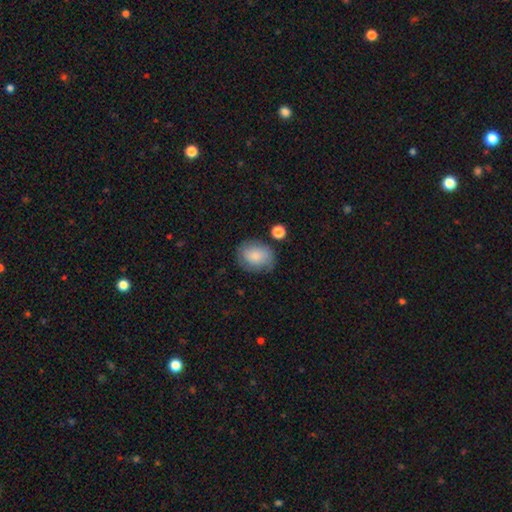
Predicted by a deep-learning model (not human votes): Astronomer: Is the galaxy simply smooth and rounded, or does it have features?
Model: smooth — 79%.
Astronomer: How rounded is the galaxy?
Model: in between — 58% (runner-up: round, 41%).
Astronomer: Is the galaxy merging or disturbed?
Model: none — 68%.